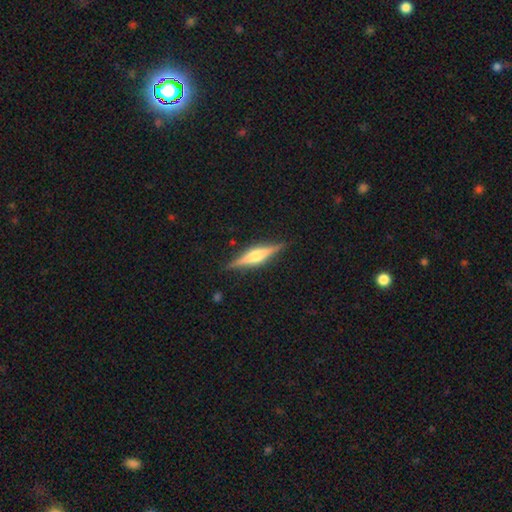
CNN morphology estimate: Smooth or featured?
  - featured or disk: 71% *
  - smooth: 23%
  - star or artifact: 6%
Edge-on disk?
  - yes: 97% *
  - no: 3%
Edge-on bulge?
  - rounded: 84% *
  - boxy: 11%
  - none: 5%
Merging?
  - none: 89% *
  - minor disturbance: 8%
  - major disturbance: 2%
  - merger: 1%